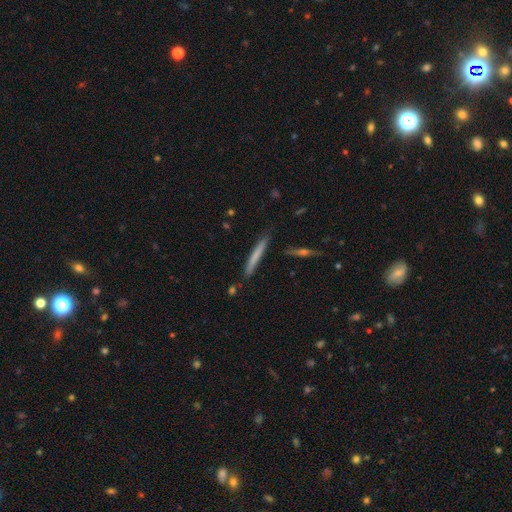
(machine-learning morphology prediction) This is likely a smooth galaxy (66%). How rounded: clearly cigar-shaped (96%). Merging: clearly none (86%).